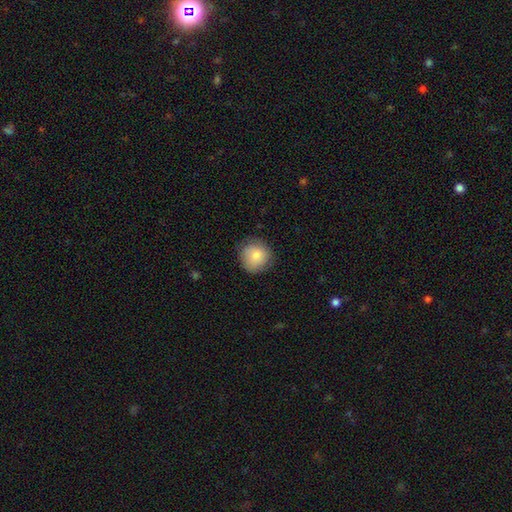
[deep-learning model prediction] Smooth or featured?
  - smooth: 85% *
  - featured or disk: 8%
  - star or artifact: 8%
How rounded?
  - round: 91% *
  - in between: 8%
  - cigar-shaped: 1%
Merging?
  - none: 82% *
  - minor disturbance: 14%
  - major disturbance: 3%
  - merger: 1%